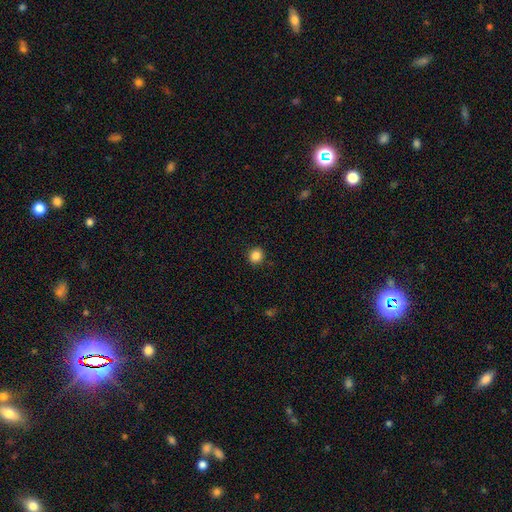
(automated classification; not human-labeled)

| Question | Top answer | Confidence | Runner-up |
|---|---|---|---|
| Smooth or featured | smooth | 86% | star or artifact (11%) |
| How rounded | round | 87% | in between (12%) |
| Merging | none | 91% | minor disturbance (6%) |